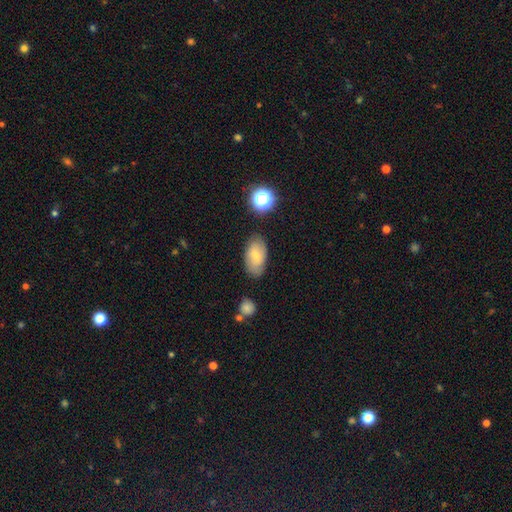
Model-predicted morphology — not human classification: This is likely a smooth galaxy (65%). How rounded: clearly in between (92%). Merging: likely none (77%).